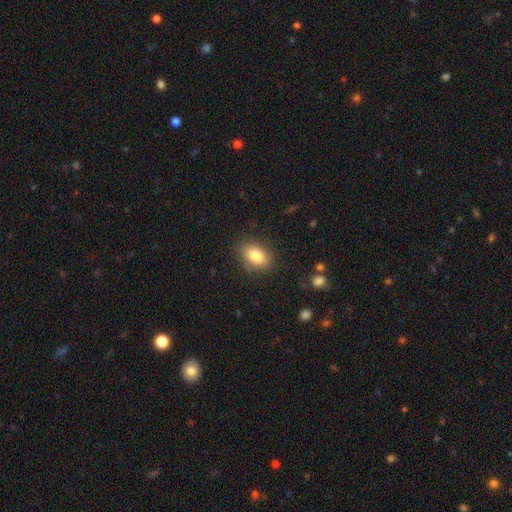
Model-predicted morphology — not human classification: A smooth galaxy with no disk features (83%) that is in between round and cigar-shaped (86%).

Vote fractions:
- Smooth or featured? smooth: 83% / featured or disk: 9% / star or artifact: 8%
- How rounded? in between: 86% / round: 13% / cigar-shaped: 2%
- Merging? none: 82% / minor disturbance: 13% / major disturbance: 4% / merger: 1%